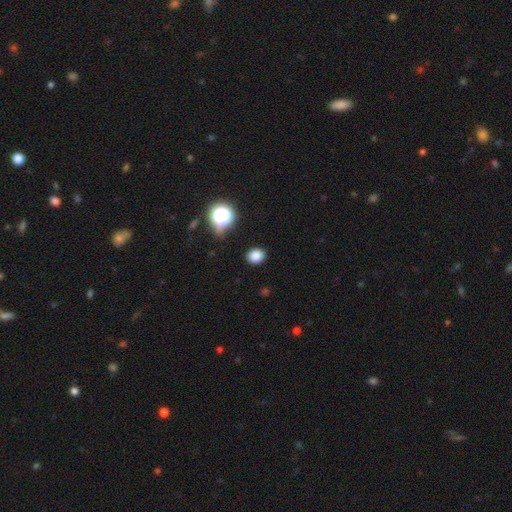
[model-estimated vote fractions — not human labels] Smooth or featured: smooth — 83% (star or artifact — 13%)
How rounded: round — 65% (in between — 34%)
Merging: none — 87% (minor disturbance — 9%)